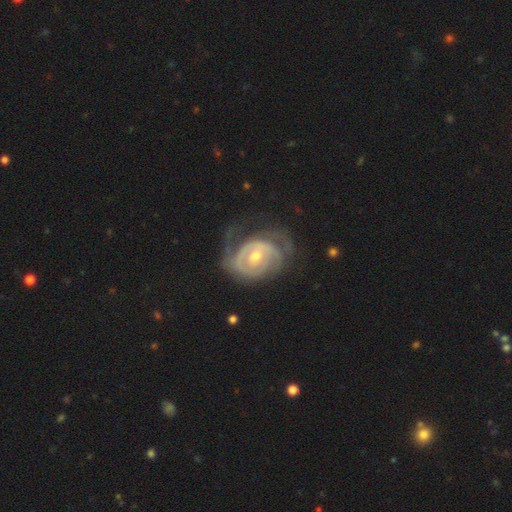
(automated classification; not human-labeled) This appears to be a featured or disk galaxy (83%) with no bar (55%), tight (65%) spiral arms (84%) and a moderate central bulge (52%). Merging: none (50%).